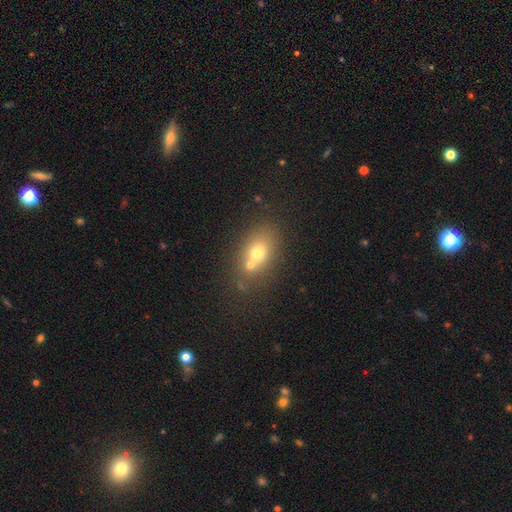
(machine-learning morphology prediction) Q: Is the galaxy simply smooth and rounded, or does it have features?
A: smooth — 63%.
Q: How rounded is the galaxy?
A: in between — 61%.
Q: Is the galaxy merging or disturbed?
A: merger — 43%.